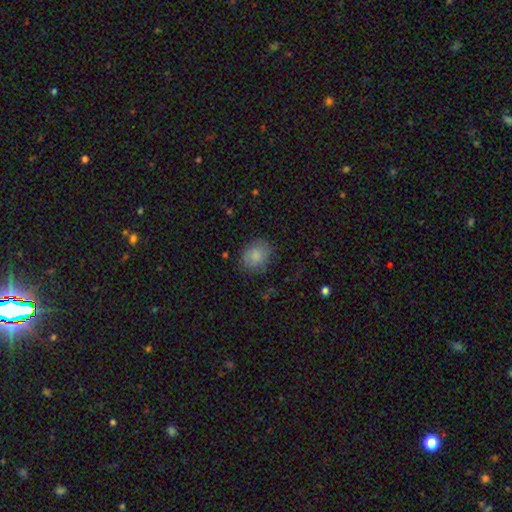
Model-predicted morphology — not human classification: smooth_or_featured: smooth (p=0.85) [alt: star or artifact p=0.09]
how_rounded: round (p=0.62) [alt: in between p=0.37]
merging: none (p=0.80) [alt: minor disturbance p=0.15]